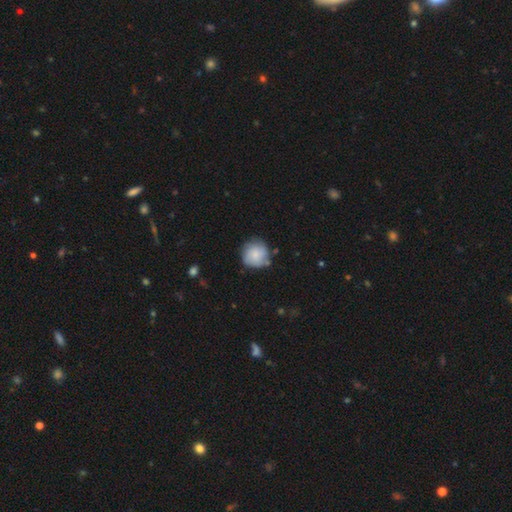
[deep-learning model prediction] Smooth or featured? Predicted: smooth (p=0.76). How rounded? Predicted: round (p=0.92). Merging? Predicted: none (p=0.69).